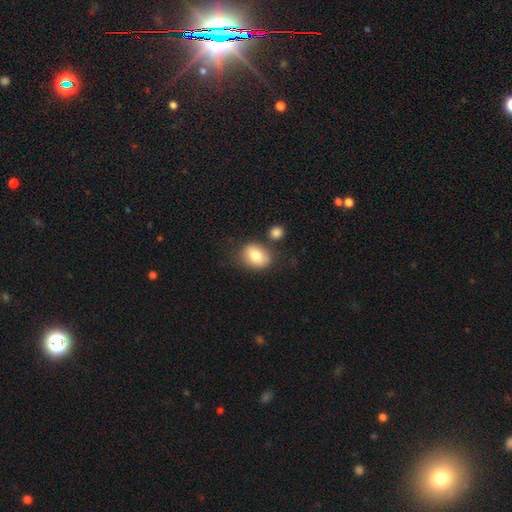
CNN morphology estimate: A smooth galaxy with no disk features (77%) that is in between round and cigar-shaped (60%).

Vote fractions:
- Smooth or featured? smooth: 77% / featured or disk: 16% / star or artifact: 8%
- How rounded? in between: 60% / round: 39% / cigar-shaped: 1%
- Merging? none: 65% / minor disturbance: 17% / merger: 13% / major disturbance: 5%